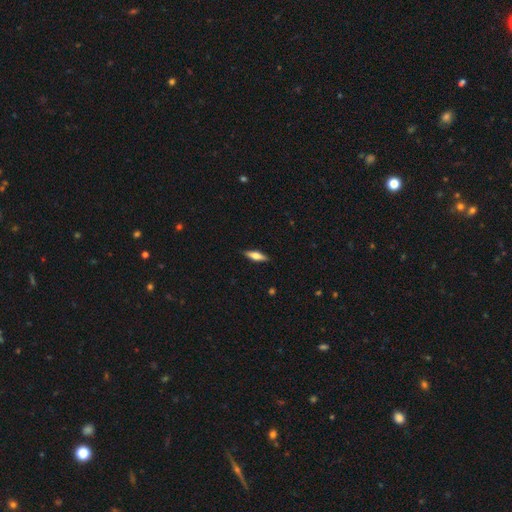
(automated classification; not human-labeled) Q: Smooth or featured?
A: smooth (57%); runner-up: featured or disk (37%)
Q: How rounded?
A: cigar-shaped (51%); runner-up: in between (47%)
Q: Merging?
A: none (88%); runner-up: minor disturbance (9%)